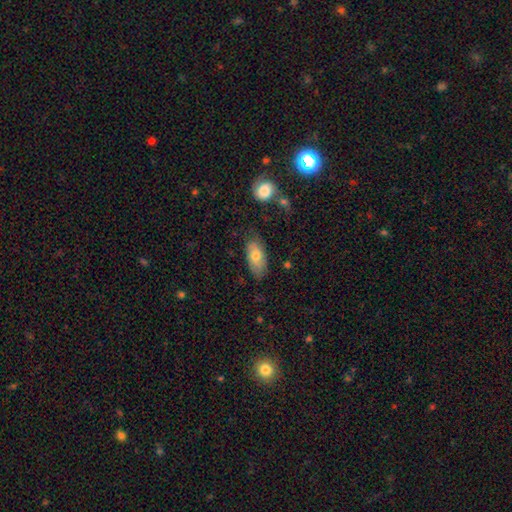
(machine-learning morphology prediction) The model was most divided on "smooth or featured": smooth: 71%, featured or disk: 23%, star or artifact: 6%. More confident: how rounded — in between (90%); merging — none (74%).